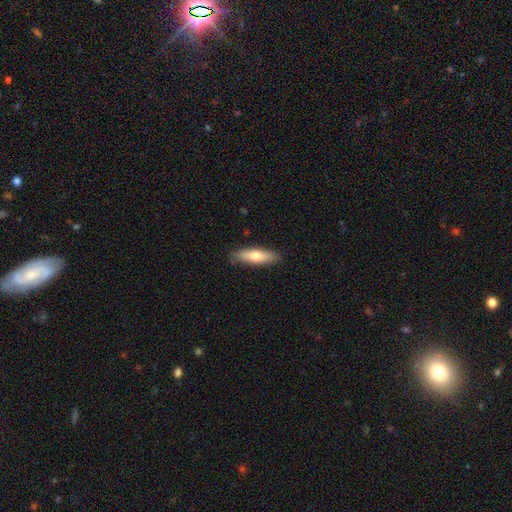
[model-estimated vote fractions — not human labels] This is likely a smooth galaxy (68%). How rounded: likely cigar-shaped (64%). Merging: clearly none (87%).